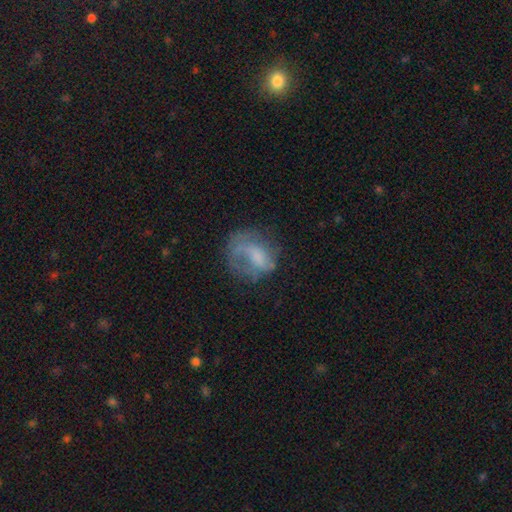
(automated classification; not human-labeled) Smooth or featured: featured or disk — 49% (smooth — 41%)
Merging: none — 44% (major disturbance — 30%)